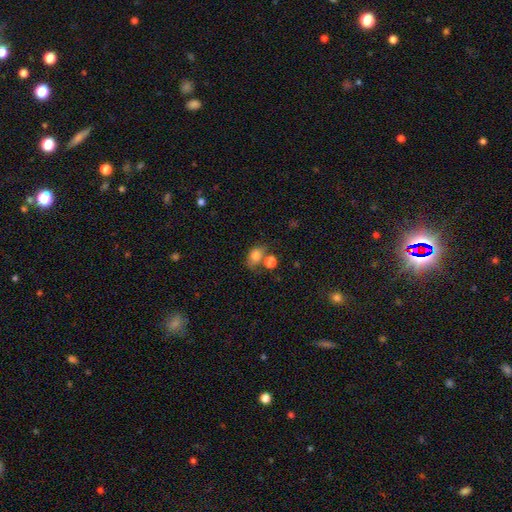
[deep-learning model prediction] This appears to be a smooth galaxy with no disk features (77%) that is in between round and cigar-shaped (71%). Merging: none (47%).